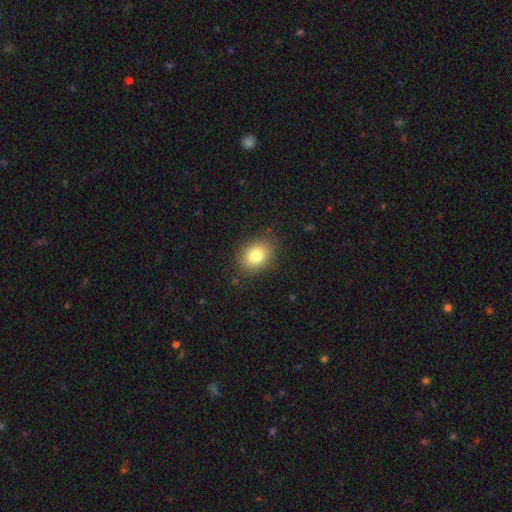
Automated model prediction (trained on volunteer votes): The model was most divided on "how rounded": in between: 66%, round: 33%, cigar-shaped: 1%. More confident: merging — none (84%); smooth or featured — smooth (82%).